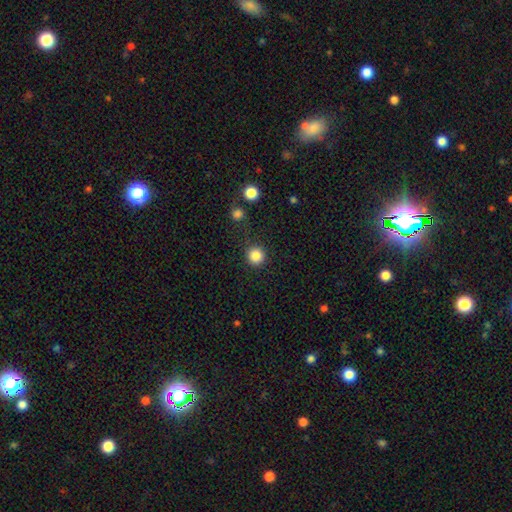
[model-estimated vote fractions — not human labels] A smooth galaxy with no disk features (86%) that is round (95%).

Vote fractions:
- Smooth or featured? smooth: 86% / star or artifact: 10% / featured or disk: 4%
- How rounded? round: 95% / in between: 4% / cigar-shaped: 1%
- Merging? none: 88% / minor disturbance: 7% / major disturbance: 3% / merger: 2%